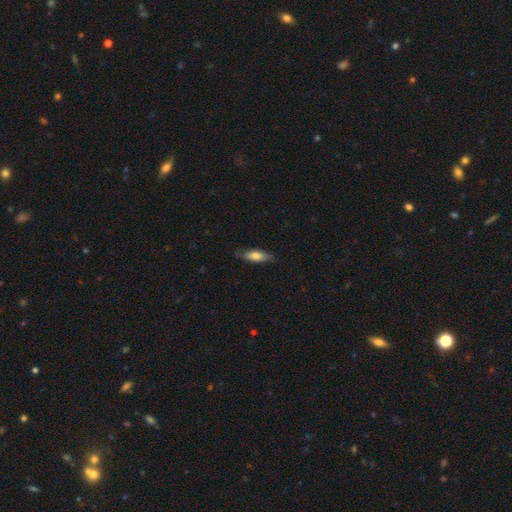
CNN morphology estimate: smooth_or_featured: smooth (p=0.71) [alt: featured or disk p=0.23]
how_rounded: in between (p=0.58) [alt: cigar-shaped p=0.39]
merging: none (p=0.77) [alt: minor disturbance p=0.19]